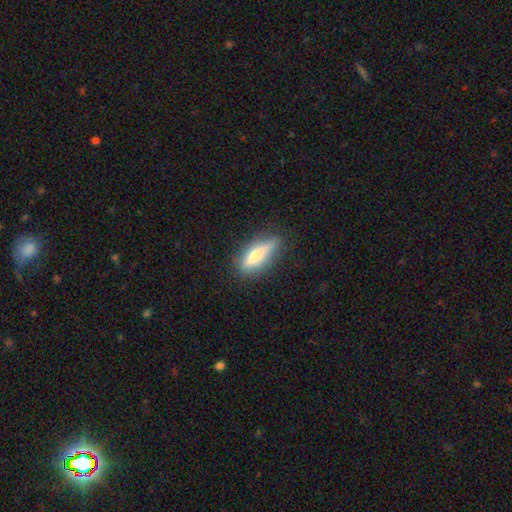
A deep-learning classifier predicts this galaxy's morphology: Smooth or featured?
  - smooth: 56% *
  - featured or disk: 36%
  - star or artifact: 7%
How rounded?
  - cigar-shaped: 61% *
  - in between: 36%
  - round: 2%
Merging?
  - none: 77% *
  - minor disturbance: 17%
  - major disturbance: 4%
  - merger: 2%